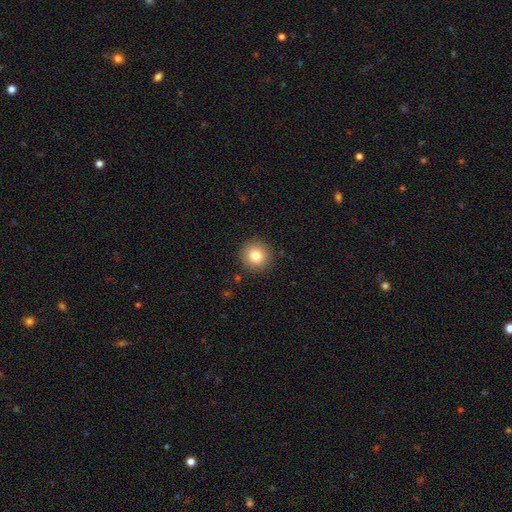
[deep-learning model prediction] Smooth or featured? smooth (81%)
How rounded? round (94%)
Merging? none (91%)